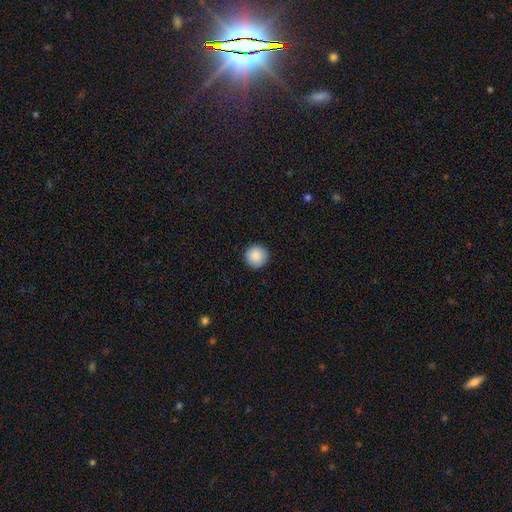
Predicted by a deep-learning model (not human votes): smooth 88%, star or artifact 8%, featured or disk 4%. Down the decision tree: how rounded — round (96%); merging — none (93%).